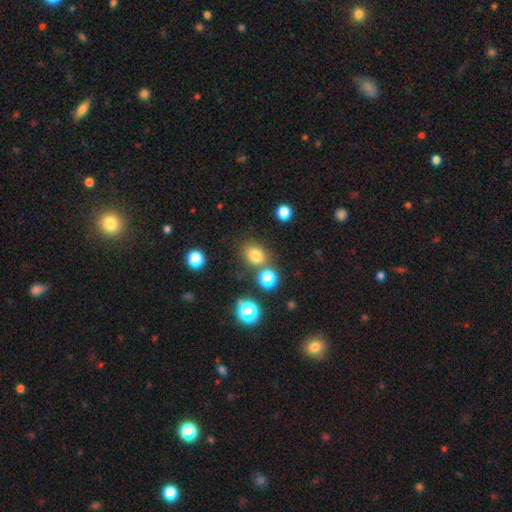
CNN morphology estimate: The model was most divided on "how rounded": round: 52%, in between: 46%, cigar-shaped: 1%. More confident: smooth or featured — smooth (78%); merging — none (71%).